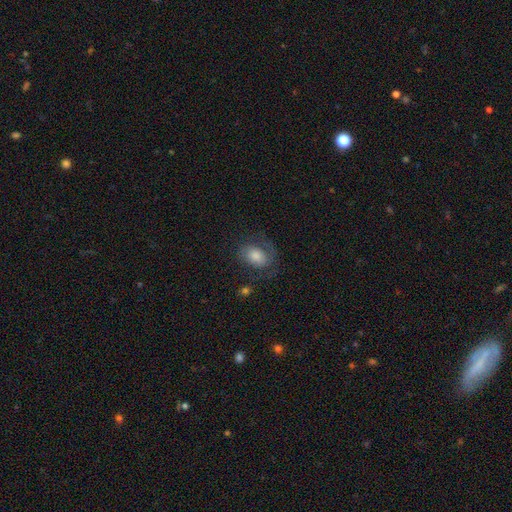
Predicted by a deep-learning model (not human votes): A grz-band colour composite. It shows a smooth galaxy with no disk features (46%). Merging: none (60%).